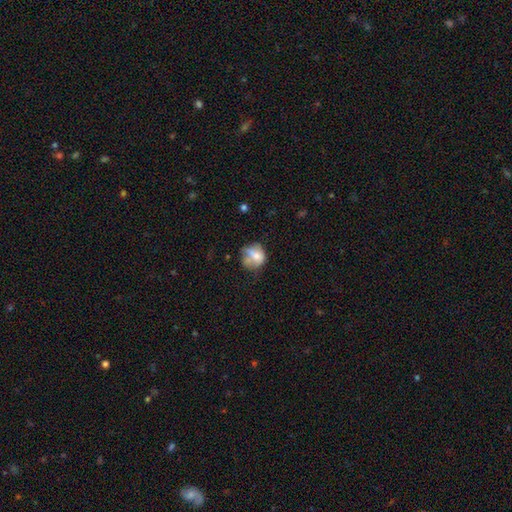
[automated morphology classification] This appears to be a smooth galaxy with no disk features (62%) that is round (66%). Merging: none (37%).